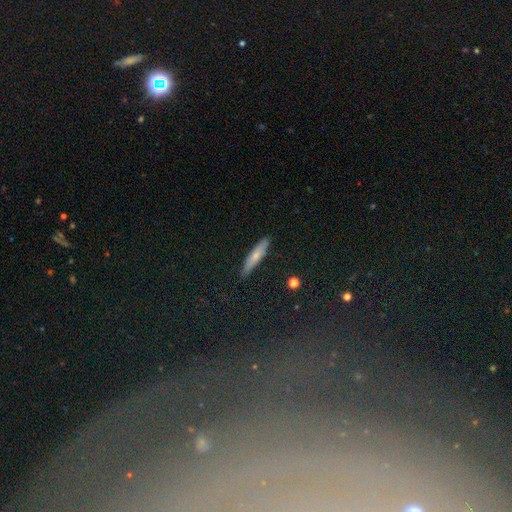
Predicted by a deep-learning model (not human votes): Smooth or featured? smooth (67%)
How rounded? cigar-shaped (84%)
Merging? none (85%)